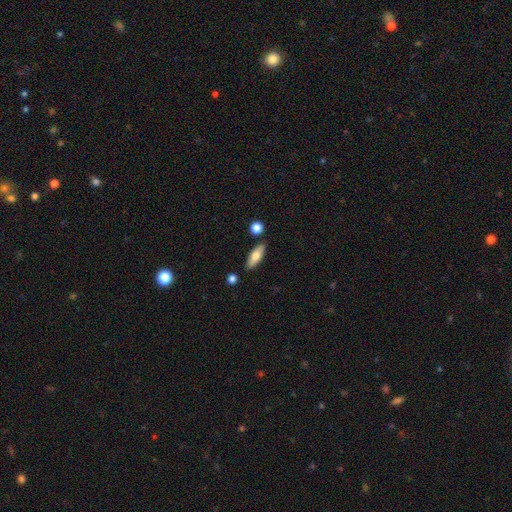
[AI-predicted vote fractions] Smooth or featured: smooth — 70% (featured or disk — 24%)
How rounded: in between — 58% (cigar-shaped — 39%)
Merging: none — 84% (minor disturbance — 10%)